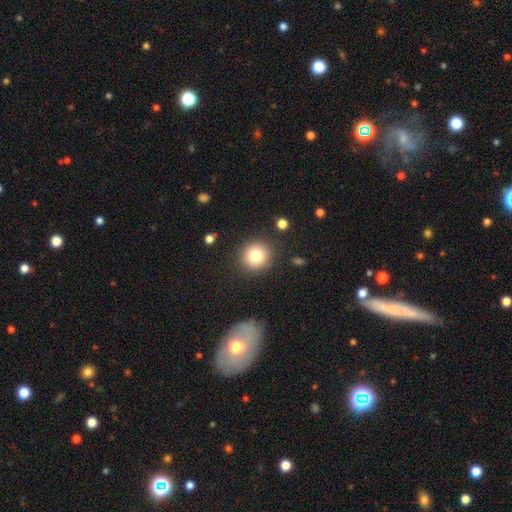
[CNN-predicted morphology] A smooth galaxy with no disk features (79%) that is round (91%).

Vote fractions:
- Smooth or featured? smooth: 79% / star or artifact: 11% / featured or disk: 9%
- How rounded? round: 91% / in between: 8% / cigar-shaped: 1%
- Merging? none: 88% / minor disturbance: 7% / major disturbance: 3% / merger: 2%